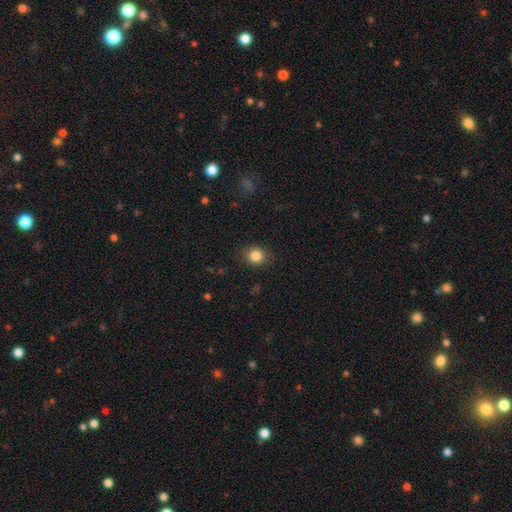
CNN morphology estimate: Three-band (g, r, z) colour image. It shows a smooth galaxy with no disk features (84%) that is round (71%). Merging: none (87%).